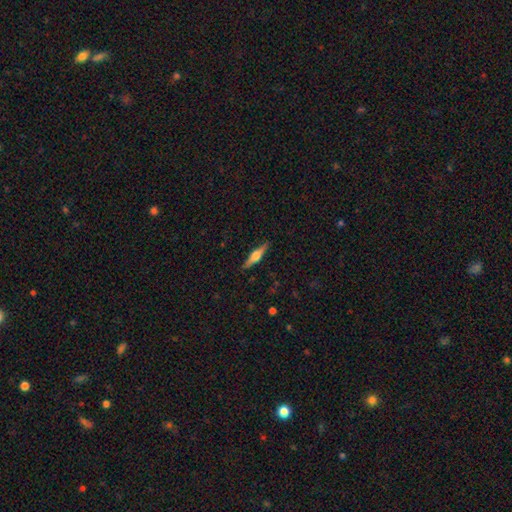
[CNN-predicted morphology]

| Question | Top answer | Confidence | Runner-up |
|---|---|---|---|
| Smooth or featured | featured or disk | 61% | smooth (33%) |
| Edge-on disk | yes | 97% | no (3%) |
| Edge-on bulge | rounded | 91% | boxy (6%) |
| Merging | none | 90% | minor disturbance (8%) |